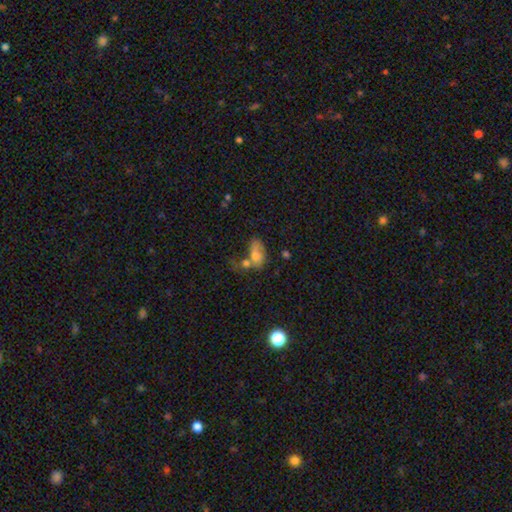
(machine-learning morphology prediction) Smooth or featured: smooth — 66% (featured or disk — 23%)
How rounded: in between — 82% (round — 16%)
Merging: merger — 52% (major disturbance — 18%)